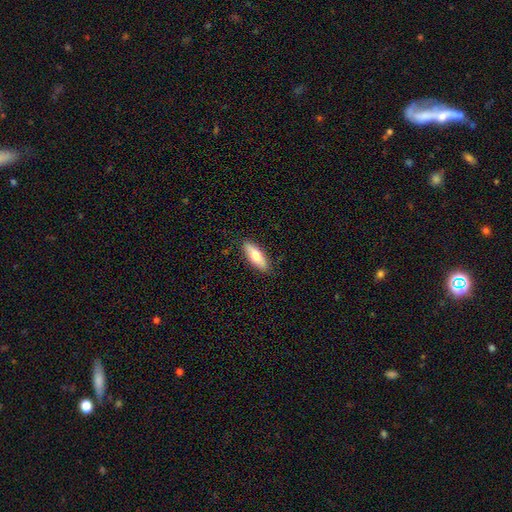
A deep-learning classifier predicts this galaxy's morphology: smooth 72%, featured or disk 22%, star or artifact 6%. Down the decision tree: how rounded — in between (66%); merging — none (87%).